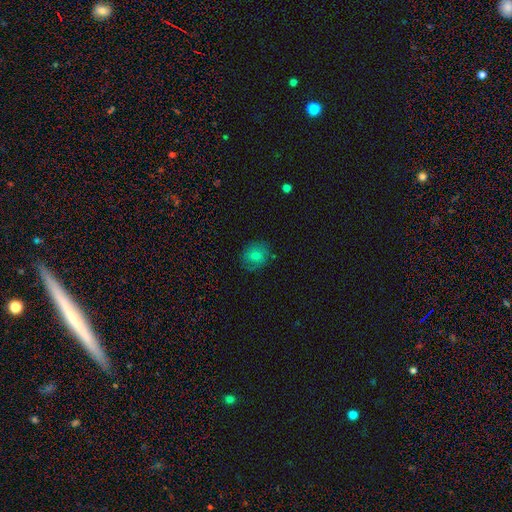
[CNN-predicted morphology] This is likely a smooth galaxy (68%). How rounded: likely round (68%). Merging: likely none (76%).